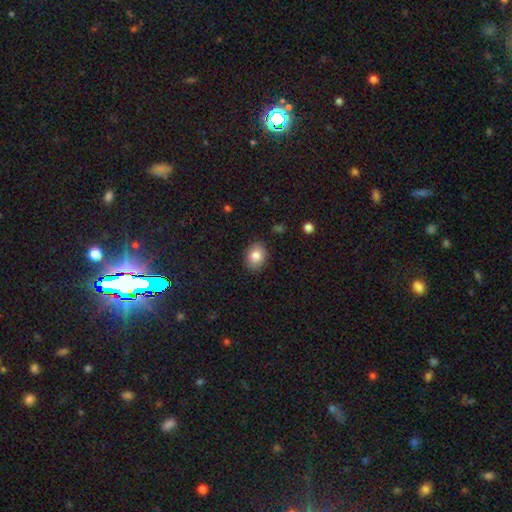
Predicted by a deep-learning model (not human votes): Smooth or featured? smooth (83%)
How rounded? in between (63%)
Merging? none (86%)